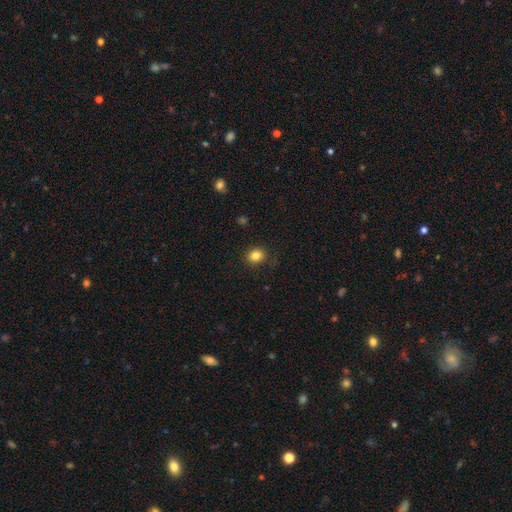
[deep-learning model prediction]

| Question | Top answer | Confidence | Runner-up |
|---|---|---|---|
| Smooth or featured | smooth | 83% | star or artifact (11%) |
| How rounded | round | 63% | in between (36%) |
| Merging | none | 88% | minor disturbance (9%) |